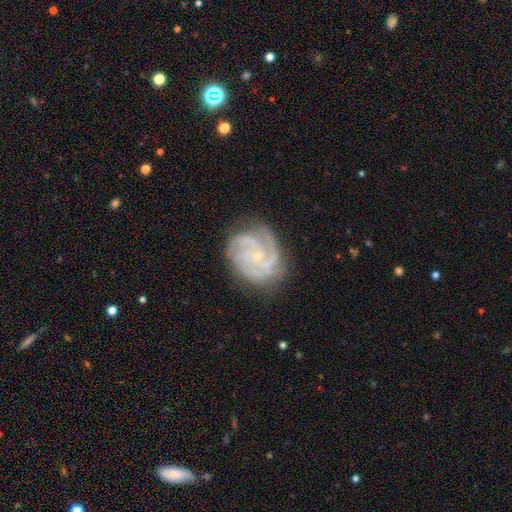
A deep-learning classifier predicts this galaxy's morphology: type=featured or disk (86%); edge-on=no (98%); bar=no (72%); spiral arms=yes (98%); winding=tight (64%); arm count=3 (44%); bulge=small (80%); merging=none (74%).